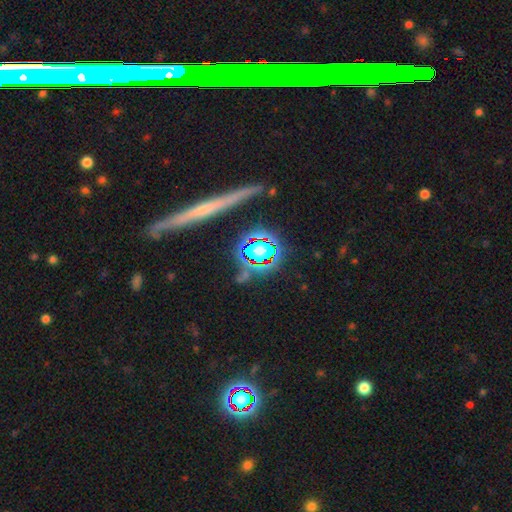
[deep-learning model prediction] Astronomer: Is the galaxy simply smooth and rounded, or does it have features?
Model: featured or disk — 44% (runner-up: star or artifact, 36%).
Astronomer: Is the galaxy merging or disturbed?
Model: none — 87%.